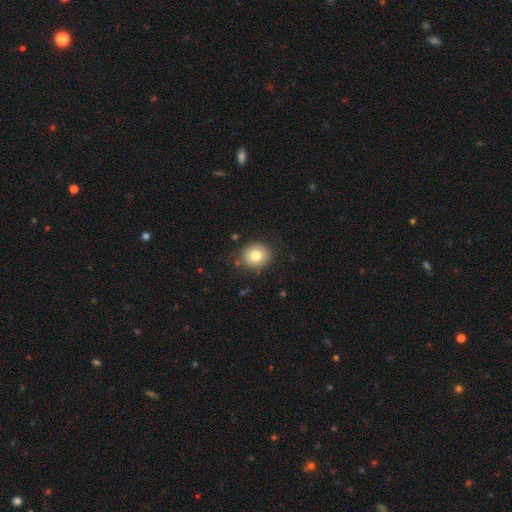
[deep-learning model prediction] Smooth or featured? smooth (80%)
How rounded? round (82%)
Merging? none (86%)